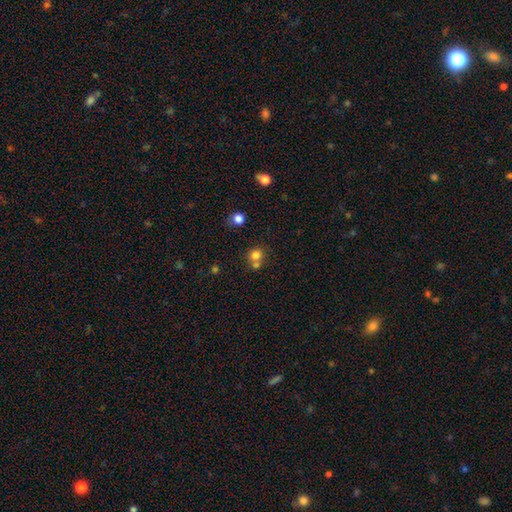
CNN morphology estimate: This appears to be a smooth galaxy with no disk features (78%) that is round (84%). Merging: none (53%).